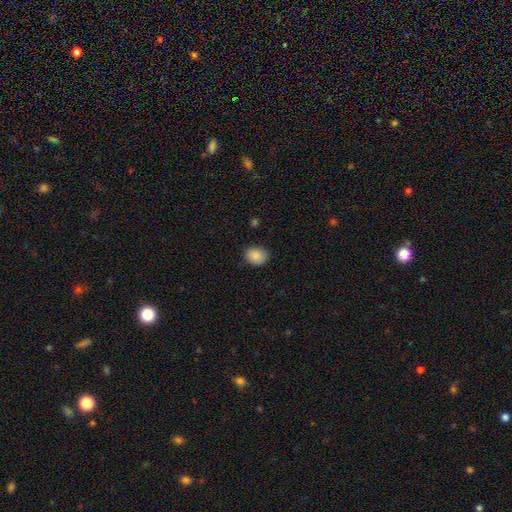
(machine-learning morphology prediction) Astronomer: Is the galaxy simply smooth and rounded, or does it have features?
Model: smooth — 87%.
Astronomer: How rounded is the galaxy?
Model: round — 61% (runner-up: in between, 38%).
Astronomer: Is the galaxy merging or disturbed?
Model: none — 85%.